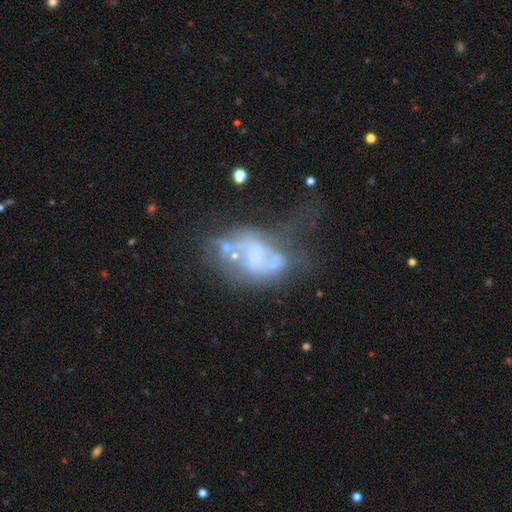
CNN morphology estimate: featured or disk 61%, smooth 25%, star or artifact 14%. Down the decision tree: edge-on disk — no (96%); bar — no (84%); spiral arms — no (85%); bulge size — none (63%); merging — major disturbance (40%).